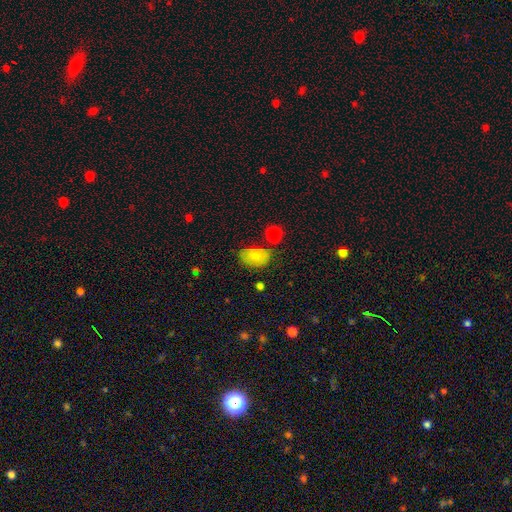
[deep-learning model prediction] Smooth or featured: smooth — 78% (featured or disk — 14%)
How rounded: in between — 85% (round — 13%)
Merging: none — 59% (minor disturbance — 24%)